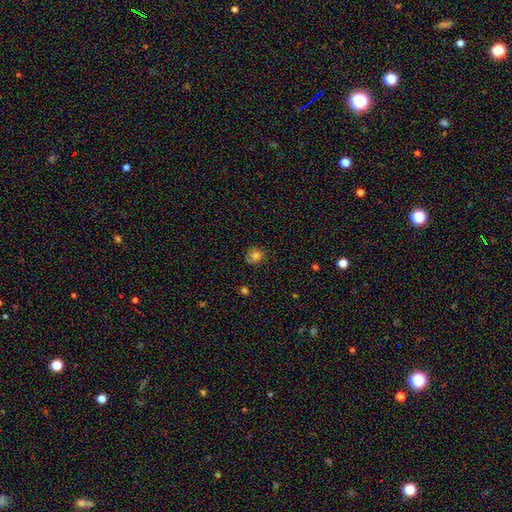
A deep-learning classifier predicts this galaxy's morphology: smooth_or_featured: smooth (p=0.80) [alt: star or artifact p=0.12]
how_rounded: round (p=0.88) [alt: in between p=0.11]
merging: none (p=0.83) [alt: minor disturbance p=0.13]